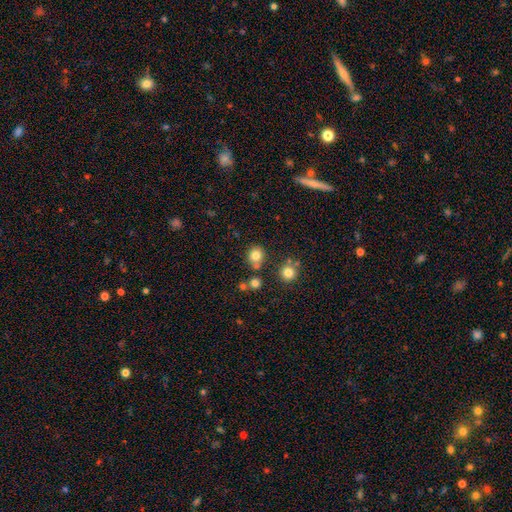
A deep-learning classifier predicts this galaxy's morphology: smooth_or_featured: smooth (p=0.79) [alt: star or artifact p=0.13]
how_rounded: round (p=0.83) [alt: in between p=0.16]
merging: none (p=0.72) [alt: merger p=0.13]